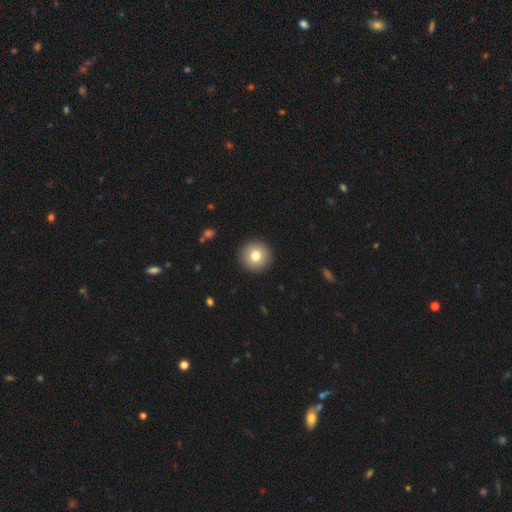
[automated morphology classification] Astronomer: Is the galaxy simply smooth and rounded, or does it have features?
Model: smooth — 79%.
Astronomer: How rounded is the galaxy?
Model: round — 96%.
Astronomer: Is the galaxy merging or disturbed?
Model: none — 93%.